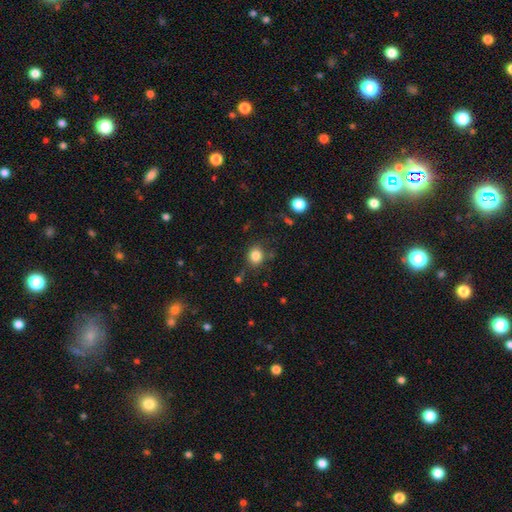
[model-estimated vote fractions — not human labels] smooth 84%, star or artifact 11%, featured or disk 5%. Down the decision tree: how rounded — round (77%); merging — none (80%).